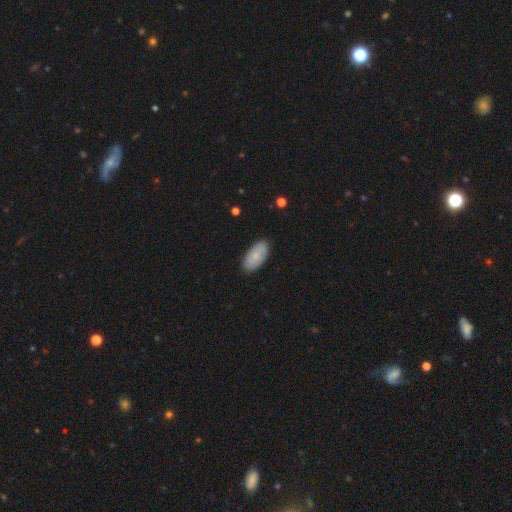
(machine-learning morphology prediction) A smooth galaxy with no disk features (74%) that is in between round and cigar-shaped (94%). Merging: none (86%).